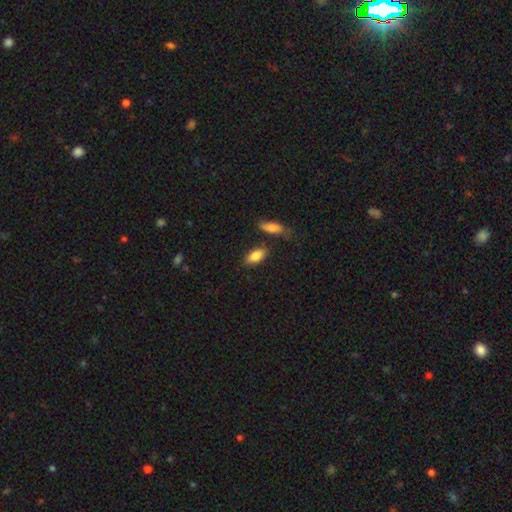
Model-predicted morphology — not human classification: The model was most divided on "merging": none: 76%, minor disturbance: 13%, merger: 7%, major disturbance: 3%. More confident: how rounded — in between (86%); smooth or featured — smooth (82%).